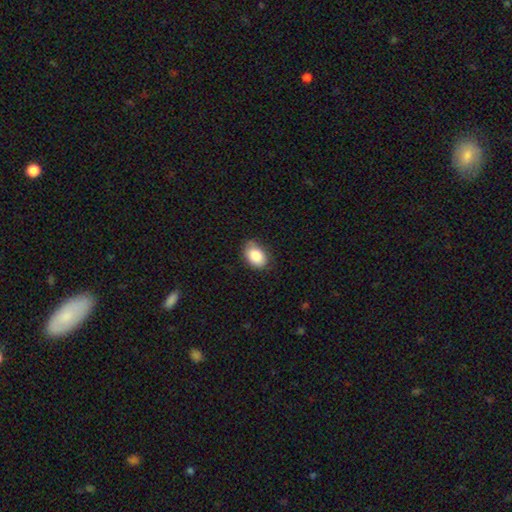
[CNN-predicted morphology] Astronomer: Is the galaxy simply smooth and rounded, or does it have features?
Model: smooth — 85%.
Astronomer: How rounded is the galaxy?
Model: in between — 85%.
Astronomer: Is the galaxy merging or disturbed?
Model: none — 75%.